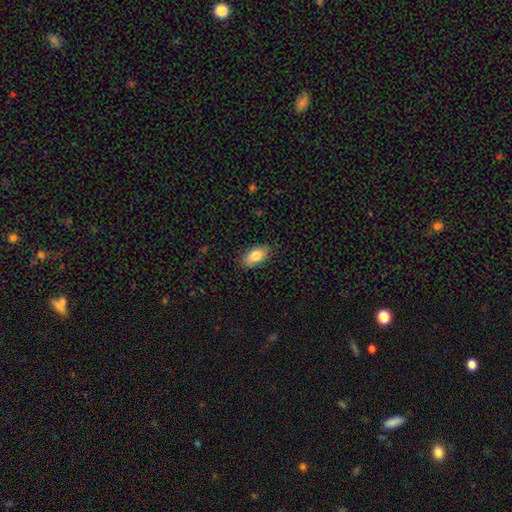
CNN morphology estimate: This is clearly a smooth galaxy (82%). How rounded: clearly in between (92%). Merging: clearly none (86%).